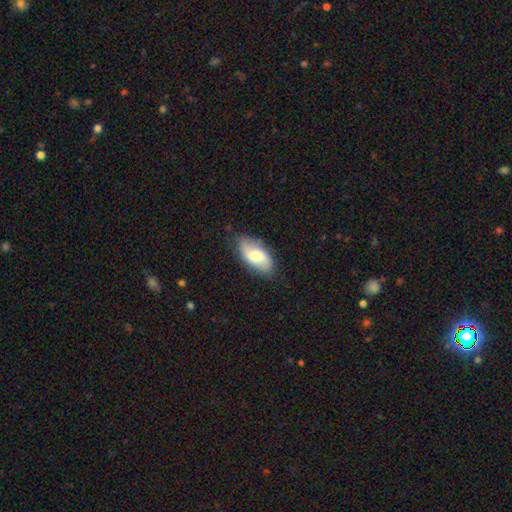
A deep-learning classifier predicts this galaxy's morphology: smooth 57%, featured or disk 37%, star or artifact 6%. Down the decision tree: how rounded — in between (91%); merging — none (76%).